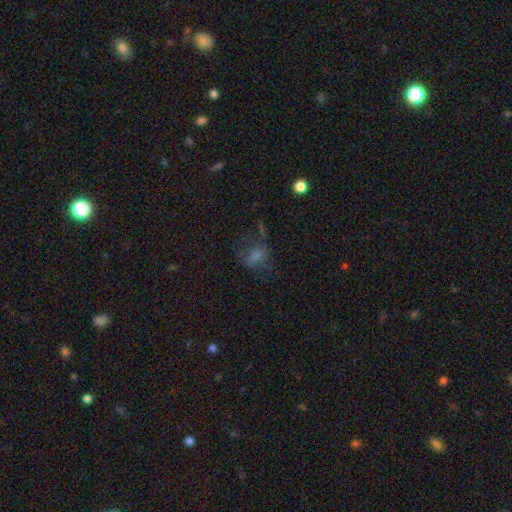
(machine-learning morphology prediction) The model was most divided on "merging": none: 43%, major disturbance: 32%, minor disturbance: 20%, merger: 4%. Remaining: smooth or featured — smooth (44%).